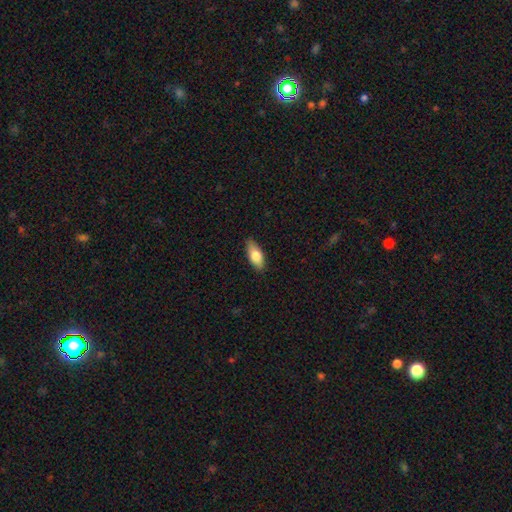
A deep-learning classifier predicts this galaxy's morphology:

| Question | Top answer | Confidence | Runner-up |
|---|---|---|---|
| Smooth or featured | smooth | 77% | featured or disk (17%) |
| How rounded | in between | 81% | cigar-shaped (16%) |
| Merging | none | 85% | minor disturbance (12%) |